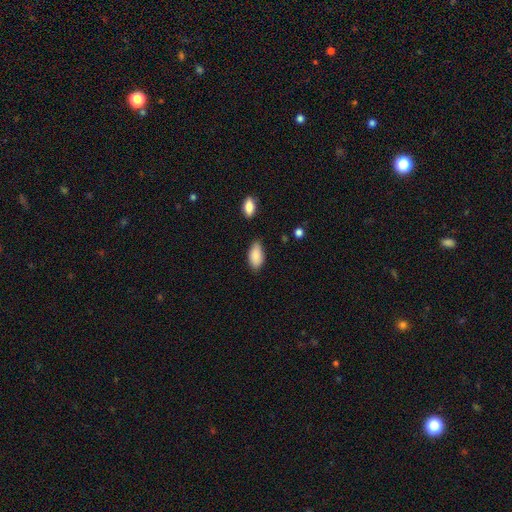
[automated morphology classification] Overall: smooth (87%). How rounded: in between (93%). Merging: none (73%).